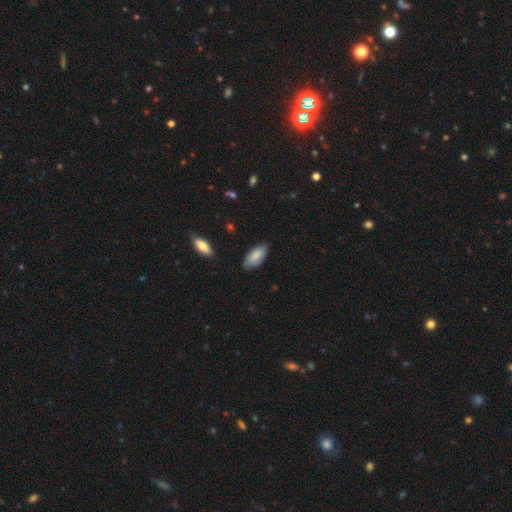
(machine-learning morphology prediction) A smooth galaxy with no disk features (81%) that is in between round and cigar-shaped (90%). Merging: none (78%).